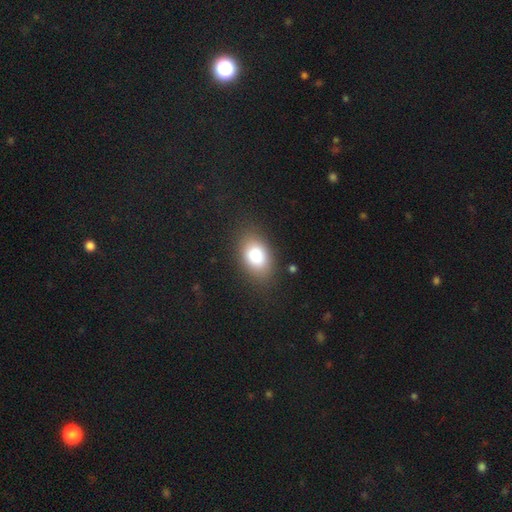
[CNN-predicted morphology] smooth_or_featured: smooth (p=0.85) [alt: star or artifact p=0.08]
how_rounded: in between (p=0.87) [alt: round p=0.11]
merging: none (p=0.80) [alt: minor disturbance p=0.13]